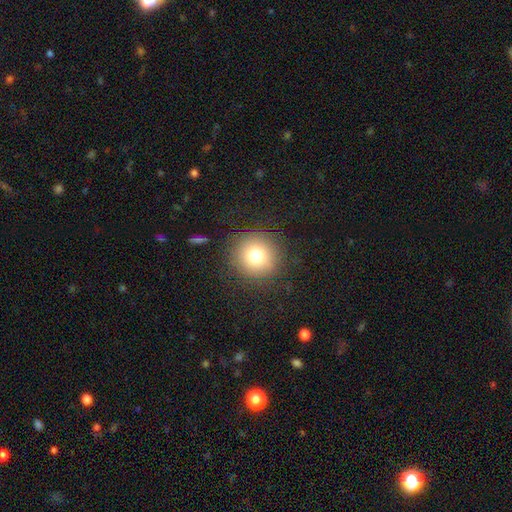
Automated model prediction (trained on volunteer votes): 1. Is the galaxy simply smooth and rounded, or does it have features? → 76% smooth, 13% star or artifact, 11% featured or disk.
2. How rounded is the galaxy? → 94% round, 5% in between, 1% cigar-shaped.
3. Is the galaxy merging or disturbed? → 87% none, 8% minor disturbance, 4% major disturbance, 1% merger.